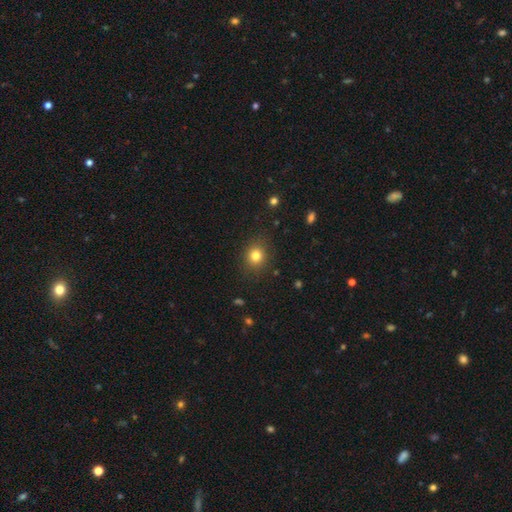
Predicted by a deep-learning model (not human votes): A smooth galaxy with no disk features (80%) that is round (78%).

Vote fractions:
- Smooth or featured? smooth: 80% / star or artifact: 13% / featured or disk: 7%
- How rounded? round: 78% / in between: 21% / cigar-shaped: 1%
- Merging? none: 87% / minor disturbance: 9% / major disturbance: 3% / merger: 1%